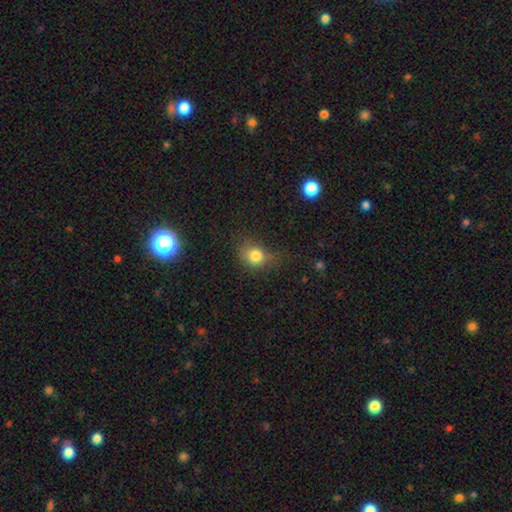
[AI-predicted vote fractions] smooth-or-featured: smooth: 80% | star or artifact: 12% | featured or disk: 8%
  how-rounded: round: 61% | in between: 38% | cigar-shaped: 1%
  merging: none: 61% | minor disturbance: 25% | major disturbance: 11% | merger: 2%